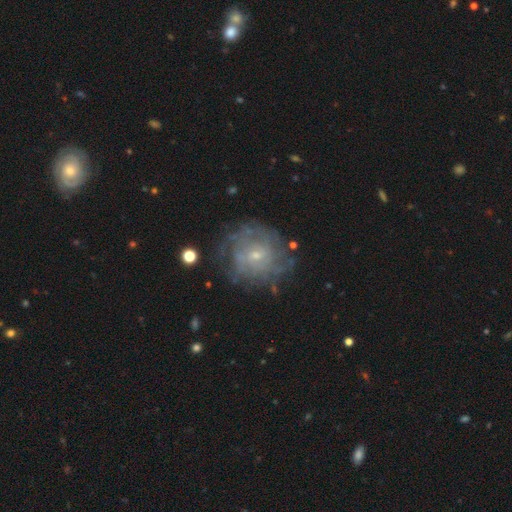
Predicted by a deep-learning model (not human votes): A featured or disk galaxy (71%) with no bar (58%), tight (61%) spiral arms (75%) and a small central bulge (71%).

Vote fractions:
- Smooth or featured? featured or disk: 71% / smooth: 20% / star or artifact: 9%
- Edge-on disk? no: 97% / yes: 3%
- Bar? no: 58% / weak: 36% / strong: 6%
- Spiral arms? yes: 75% / no: 25%
- Spiral winding? tight: 61% / medium: 28% / loose: 11%
- Spiral arm count? can't tell: 59% / 2: 12% / 4: 10% / 3: 9% / more than 4: 6% / 1: 4%
- Bulge size? small: 71% / moderate: 24% / none: 2% / large: 1% / dominant: 1%
- Merging? none: 70% / minor disturbance: 18% / major disturbance: 10% / merger: 2%